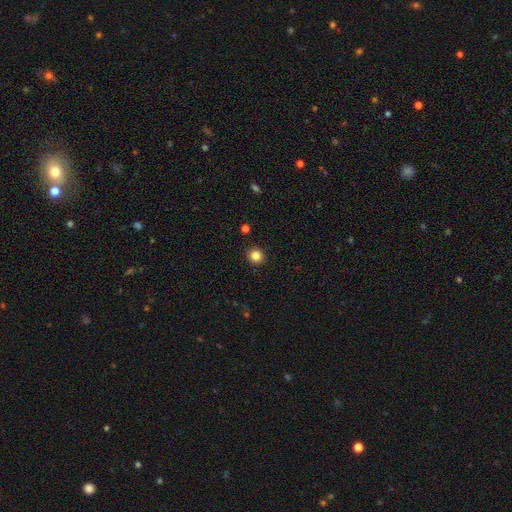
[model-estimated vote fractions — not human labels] smooth 83%, star or artifact 12%, featured or disk 5%. Down the decision tree: how rounded — round (93%); merging — none (93%).